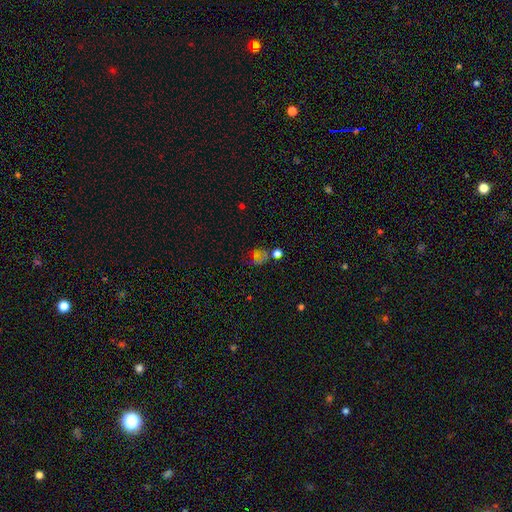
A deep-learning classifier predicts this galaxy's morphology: This appears to be a star or artifact, not a galaxy (45%).